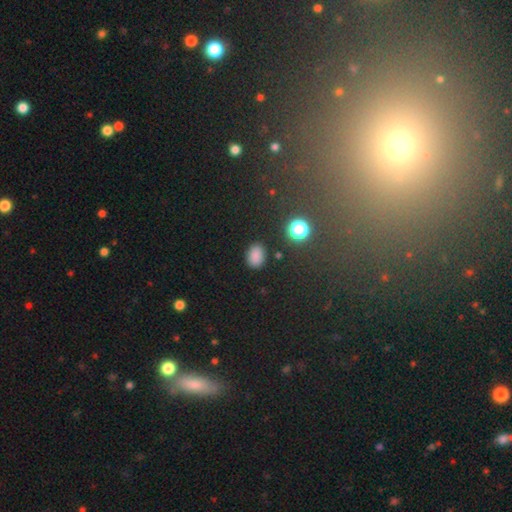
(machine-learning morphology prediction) This is clearly a smooth galaxy (83%). How rounded: likely in between (73%). Merging: clearly none (83%).